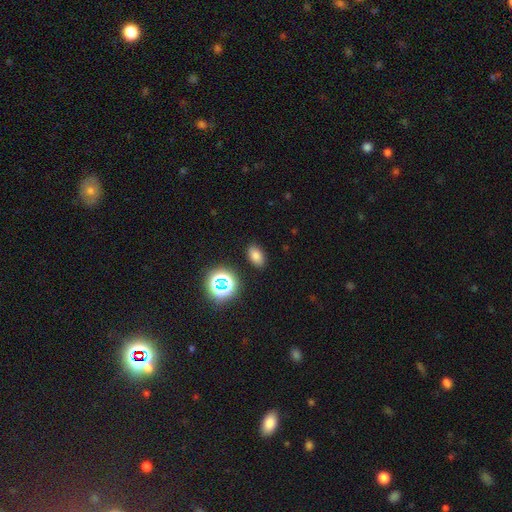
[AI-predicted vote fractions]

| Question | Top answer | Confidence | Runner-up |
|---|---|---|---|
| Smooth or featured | smooth | 75% | star or artifact (18%) |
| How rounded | in between | 87% | round (11%) |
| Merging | none | 88% | minor disturbance (8%) |